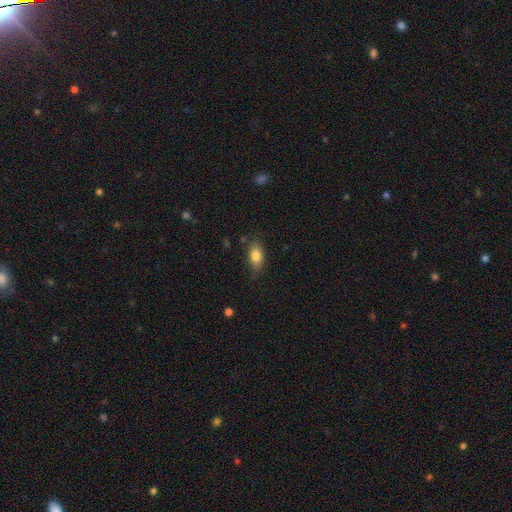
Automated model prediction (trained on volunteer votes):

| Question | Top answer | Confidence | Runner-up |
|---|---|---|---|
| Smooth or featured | smooth | 82% | featured or disk (10%) |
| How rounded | in between | 87% | cigar-shaped (7%) |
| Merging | none | 77% | minor disturbance (18%) |